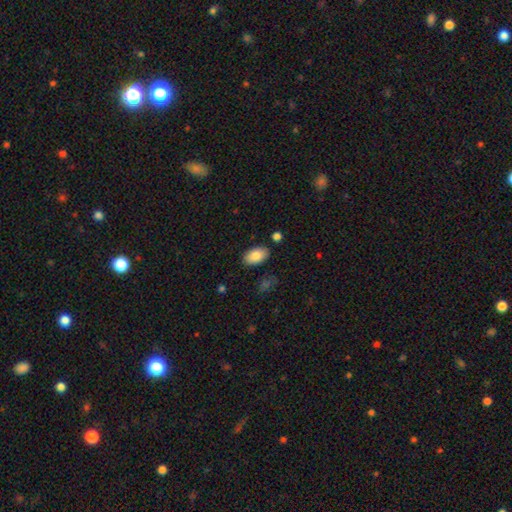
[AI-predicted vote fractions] Smooth or featured? Predicted: smooth (p=0.85). How rounded? Predicted: in between (p=0.93). Merging? Predicted: none (p=0.85).